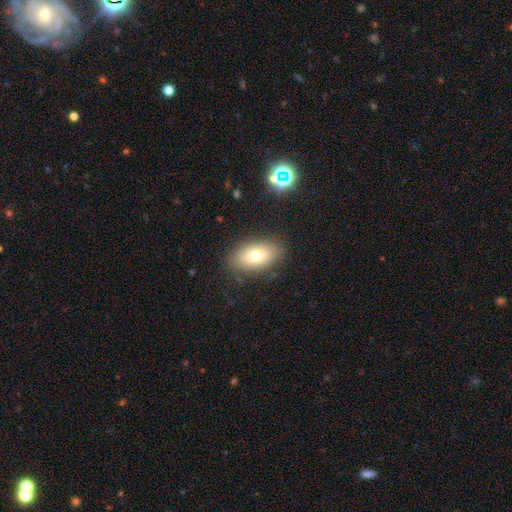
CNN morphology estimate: smooth 71%, featured or disk 18%, star or artifact 10%. Down the decision tree: how rounded — in between (90%); merging — none (85%).